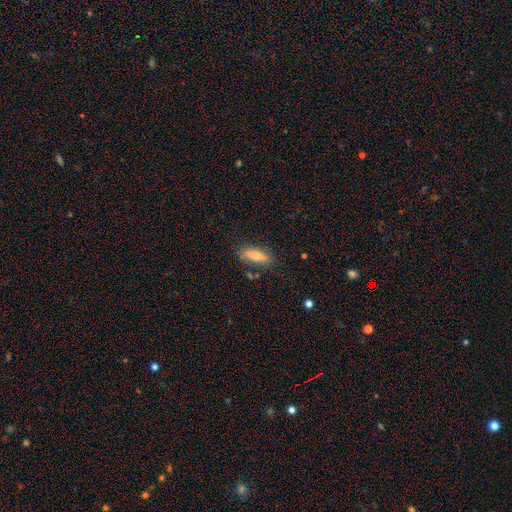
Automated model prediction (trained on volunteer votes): Smooth or featured?
  - smooth: 77% *
  - featured or disk: 16%
  - star or artifact: 7%
How rounded?
  - in between: 51% *
  - cigar-shaped: 47%
  - round: 2%
Merging?
  - none: 78% *
  - minor disturbance: 15%
  - major disturbance: 4%
  - merger: 3%